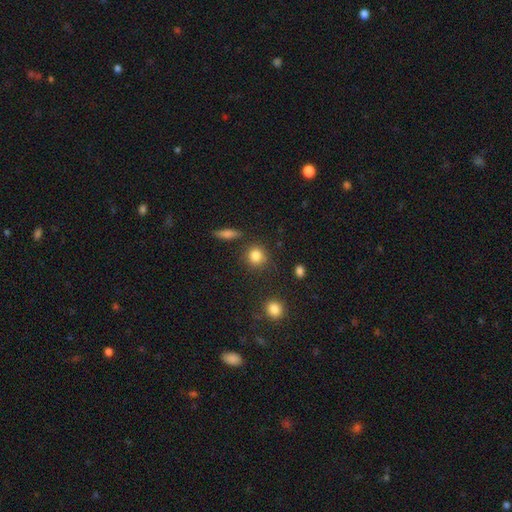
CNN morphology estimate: smooth_or_featured: smooth (p=0.84) [alt: star or artifact p=0.10]
how_rounded: round (p=0.86) [alt: in between p=0.12]
merging: none (p=0.83) [alt: minor disturbance p=0.10]